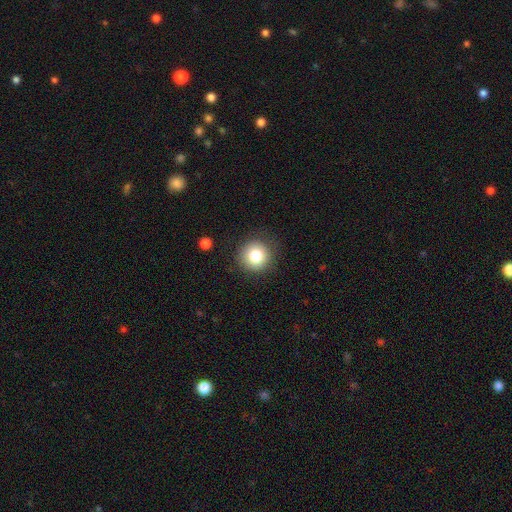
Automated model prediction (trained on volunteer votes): Q: Smooth or featured?
A: smooth (82%); runner-up: star or artifact (10%)
Q: How rounded?
A: round (94%); runner-up: in between (5%)
Q: Merging?
A: none (87%); runner-up: minor disturbance (8%)